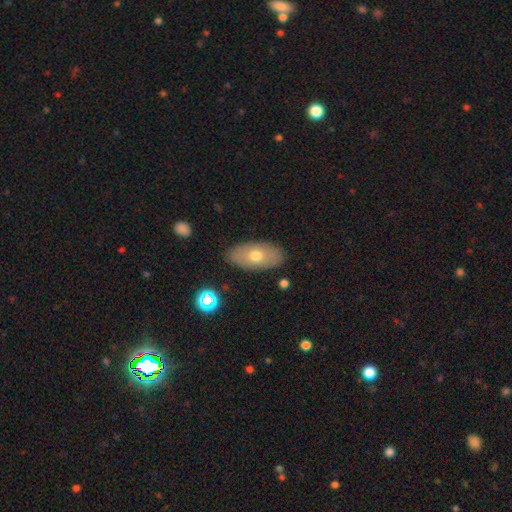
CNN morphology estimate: Overall: smooth (62%; featured or disk 31%). How rounded: in between (92%). Merging: none (87%).